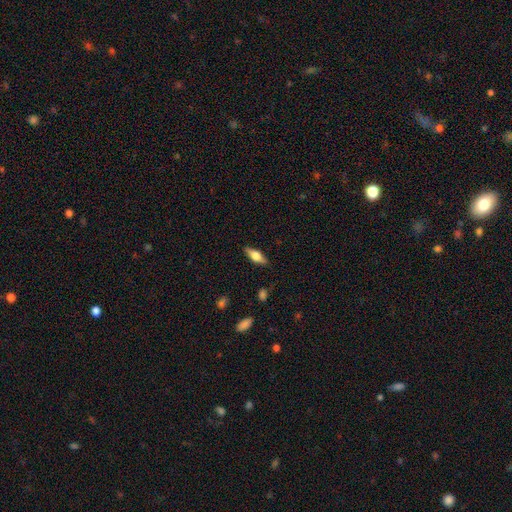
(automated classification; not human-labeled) Q: Smooth or featured?
A: smooth (49%); runner-up: featured or disk (44%)
Q: Merging?
A: none (86%); runner-up: minor disturbance (10%)